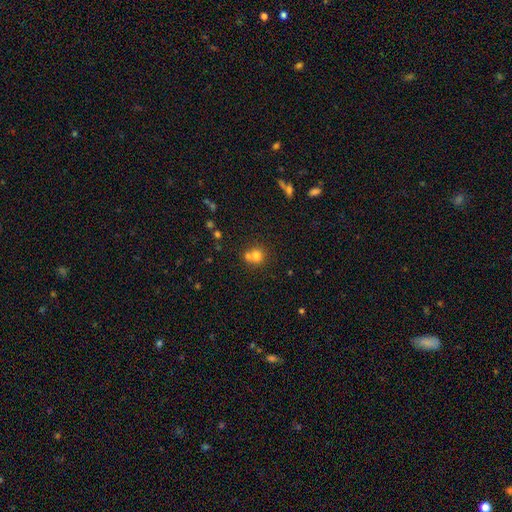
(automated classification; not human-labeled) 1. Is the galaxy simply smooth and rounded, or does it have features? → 74% smooth, 14% star or artifact, 12% featured or disk.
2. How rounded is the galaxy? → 85% round, 14% in between, 1% cigar-shaped.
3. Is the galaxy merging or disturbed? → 46% merger, 44% none, 7% minor disturbance, 3% major disturbance.